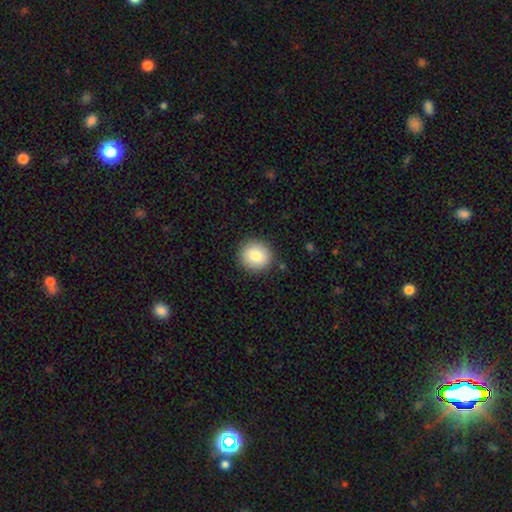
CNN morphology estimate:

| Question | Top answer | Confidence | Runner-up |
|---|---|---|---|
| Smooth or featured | smooth | 84% | star or artifact (8%) |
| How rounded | round | 88% | in between (11%) |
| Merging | none | 89% | minor disturbance (7%) |